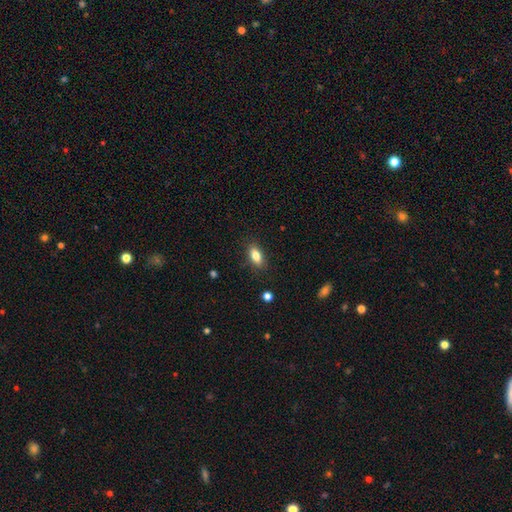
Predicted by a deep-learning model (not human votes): Overall: smooth (83%). How rounded: in between (86%). Merging: none (86%).